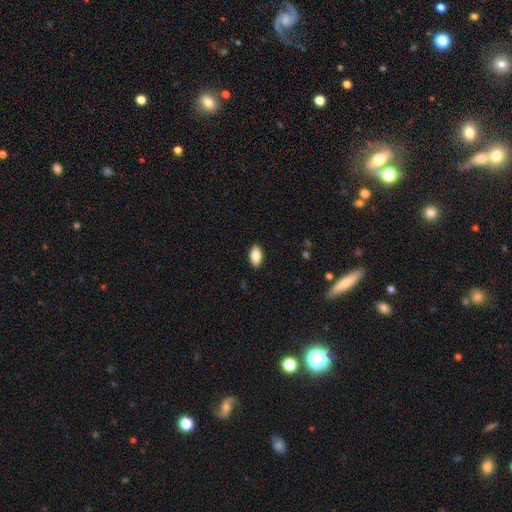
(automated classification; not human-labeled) smooth 84%, featured or disk 9%, star or artifact 7%. Down the decision tree: how rounded — in between (92%); merging — none (89%).